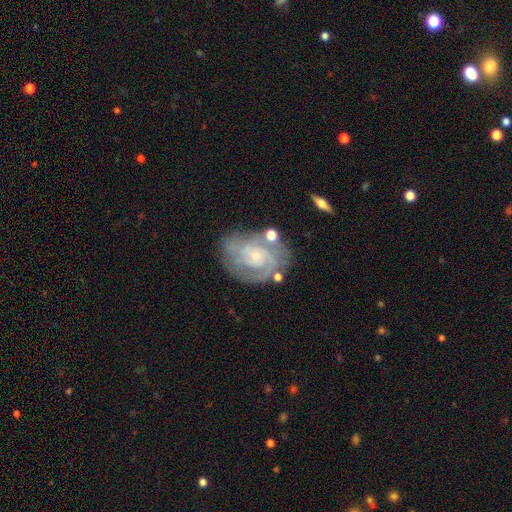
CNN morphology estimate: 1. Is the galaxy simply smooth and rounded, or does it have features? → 77% featured or disk, 16% smooth, 7% star or artifact.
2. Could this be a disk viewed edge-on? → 97% no, 3% yes.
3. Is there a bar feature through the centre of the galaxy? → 69% no, 27% weak, 4% strong.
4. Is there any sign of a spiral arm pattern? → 90% yes, 10% no.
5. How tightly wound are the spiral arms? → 60% tight, 30% medium, 10% loose.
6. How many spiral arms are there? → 37% can't tell, 30% 2, 17% 3, 8% 1, 5% 4, 4% more than 4.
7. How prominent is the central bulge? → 68% small, 17% moderate, 11% none, 2% large, 1% dominant.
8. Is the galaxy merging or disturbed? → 63% none, 20% minor disturbance, 11% major disturbance, 6% merger.